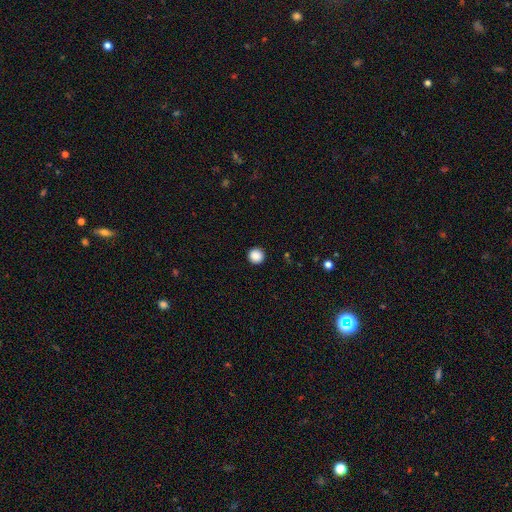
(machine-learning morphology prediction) Smooth or featured? smooth (88%)
How rounded? round (96%)
Merging? none (93%)